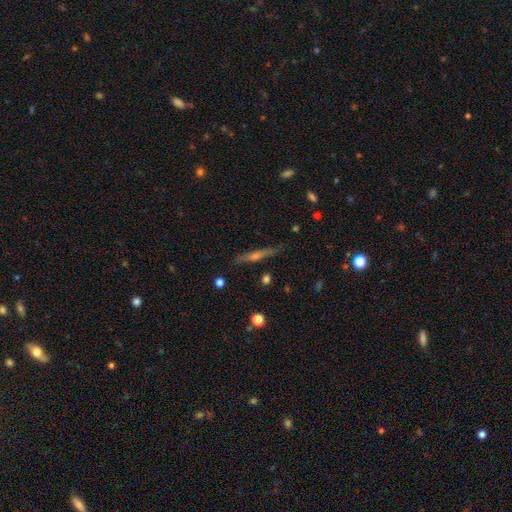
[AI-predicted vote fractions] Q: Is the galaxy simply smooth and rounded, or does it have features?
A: featured or disk — 61%.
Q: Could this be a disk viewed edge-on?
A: yes — 95%.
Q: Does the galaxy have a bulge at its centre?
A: rounded — 65%.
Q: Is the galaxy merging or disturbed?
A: none — 85%.